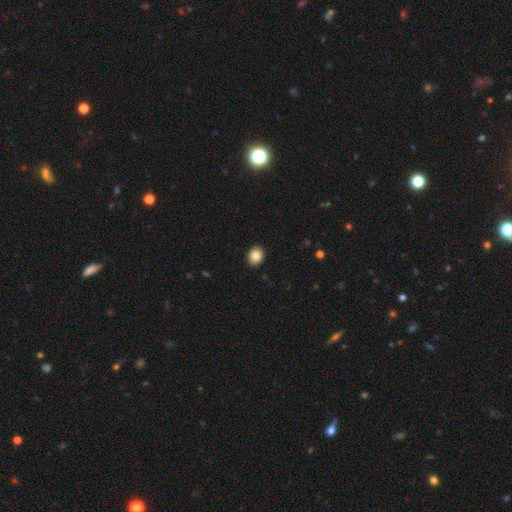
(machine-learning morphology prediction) Smooth or featured? Predicted: smooth (p=0.85). How rounded? Predicted: in between (p=0.55). Merging? Predicted: none (p=0.91).